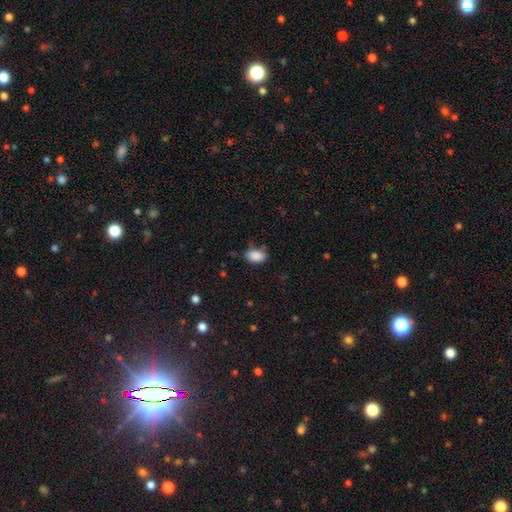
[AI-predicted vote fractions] A smooth galaxy with no disk features (88%) that is in between round and cigar-shaped (88%). Merging: none (70%).